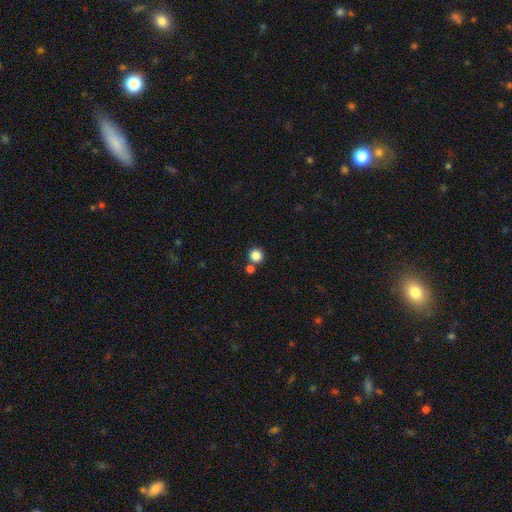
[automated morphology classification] This appears to be a smooth galaxy with no disk features (85%) that is round (94%). Merging: none (75%).